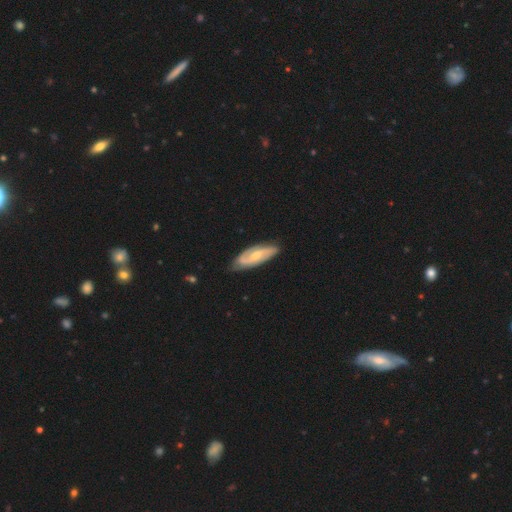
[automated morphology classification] This is likely a featured or disk galaxy (75%). It is clearly not viewed edge-on (90%). Bar: possibly weak (46%). Spiral arm pattern: clearly yes (93%). Spiral arm count: clearly 2 (81%). Spiral winding: possibly medium (46%). Central bulge: possibly moderate (50%). Merging: likely none (77%).